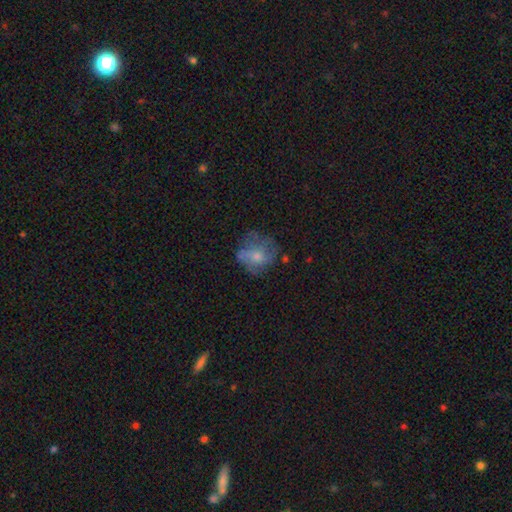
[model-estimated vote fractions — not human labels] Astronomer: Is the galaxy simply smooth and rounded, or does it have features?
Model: smooth — 52% (runner-up: featured or disk, 37%).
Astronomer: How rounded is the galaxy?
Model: round — 69%.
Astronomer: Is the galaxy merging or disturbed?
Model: none — 52%.